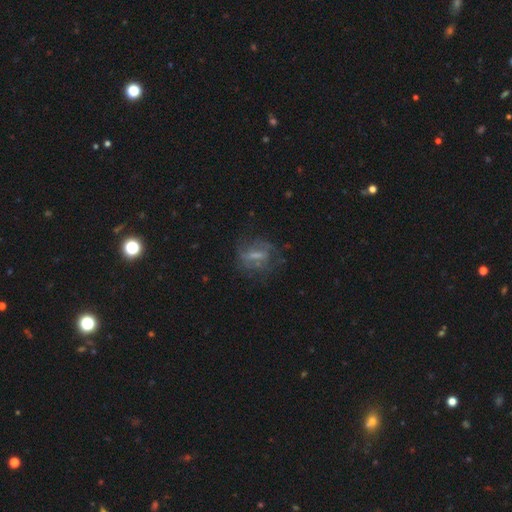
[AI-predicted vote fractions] Morphology: type=featured or disk (57%); edge-on=no (89%); bar=strong (39%); spiral arms=yes (54%); bulge=none (36%); merging=none (58%).